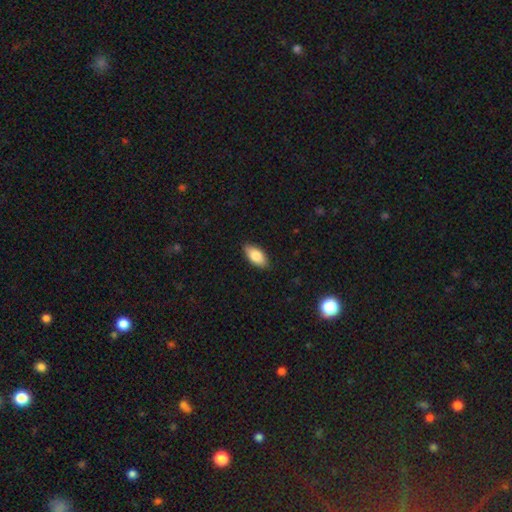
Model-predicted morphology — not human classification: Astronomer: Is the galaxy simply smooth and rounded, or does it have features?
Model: smooth — 83%.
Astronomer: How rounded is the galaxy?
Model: in between — 90%.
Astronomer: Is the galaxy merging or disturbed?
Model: none — 87%.